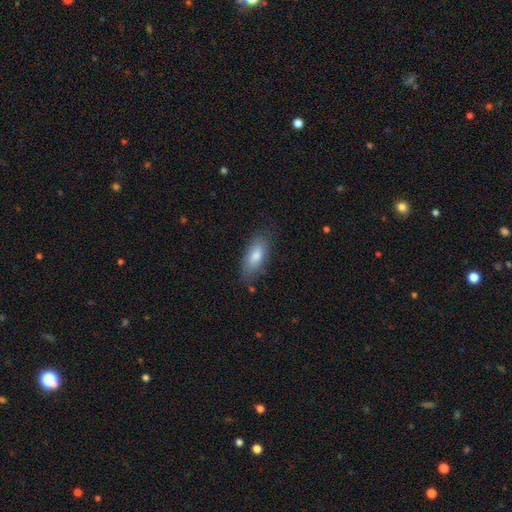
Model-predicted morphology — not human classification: Smooth or featured? smooth (79%)
How rounded? in between (81%)
Merging? none (79%)